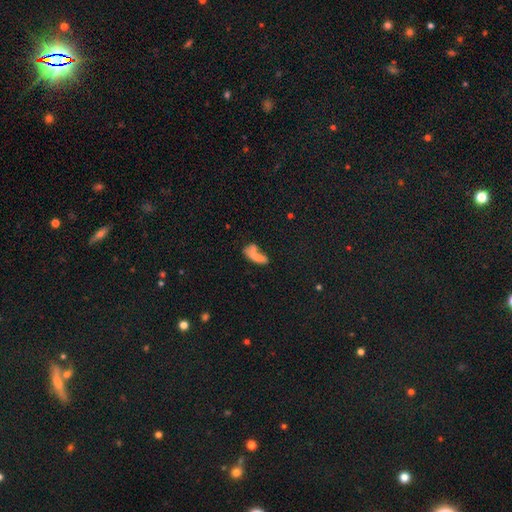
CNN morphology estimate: Smooth or featured? Predicted: smooth (p=0.66). How rounded? Predicted: in between (p=0.63). Merging? Predicted: merger (p=0.45).